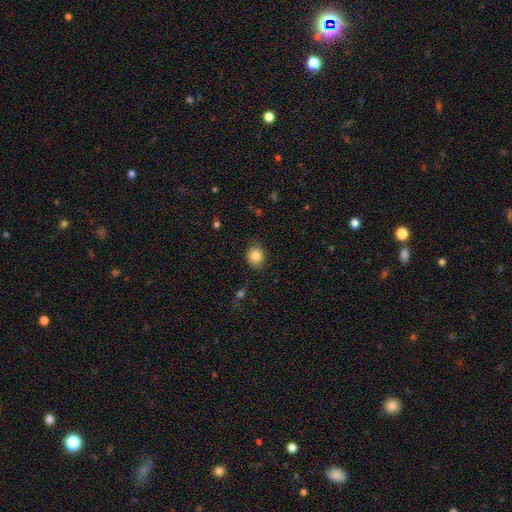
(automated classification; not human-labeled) Smooth or featured: smooth — 83% (star or artifact — 10%)
How rounded: round — 65% (in between — 34%)
Merging: none — 85% (minor disturbance — 11%)